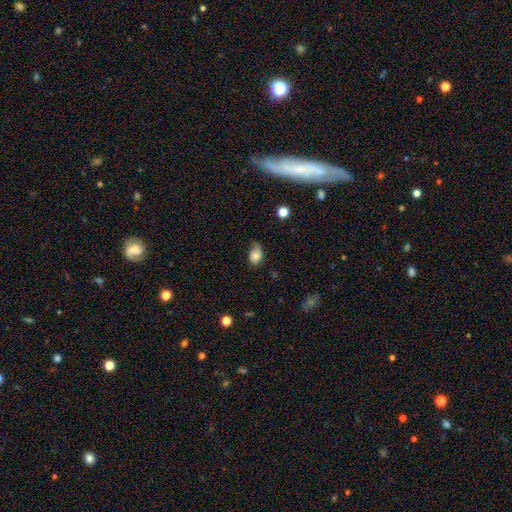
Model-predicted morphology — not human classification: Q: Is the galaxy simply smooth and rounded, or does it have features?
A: smooth — 80%.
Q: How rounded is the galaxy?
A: in between — 83%.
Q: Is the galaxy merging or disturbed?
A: none — 49%.